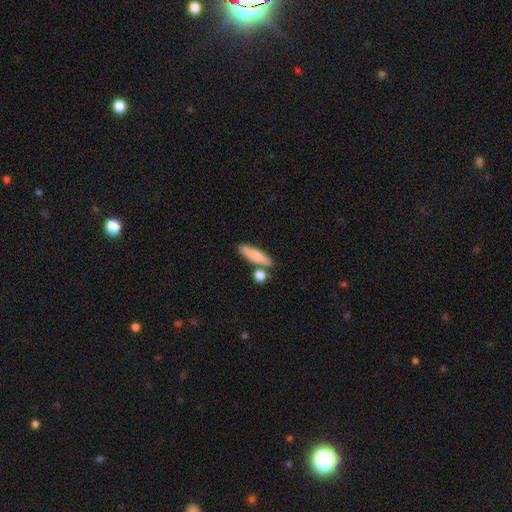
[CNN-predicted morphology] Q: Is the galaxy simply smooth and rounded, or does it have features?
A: smooth — 81%.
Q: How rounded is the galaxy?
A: cigar-shaped — 62%.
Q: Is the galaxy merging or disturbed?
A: none — 72%.